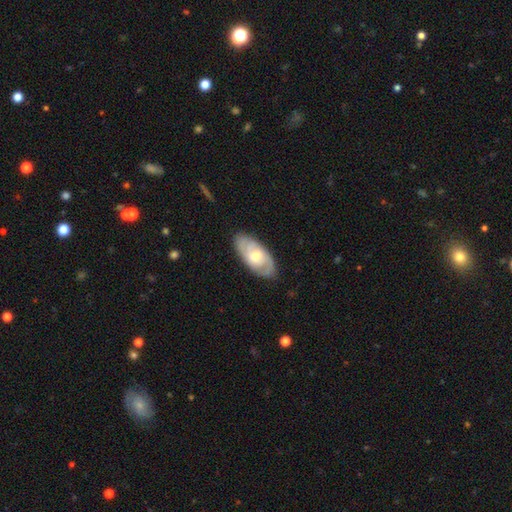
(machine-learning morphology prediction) A featured or disk galaxy (67%) with no bar (58%), 2 (55%) tight (50%) spiral arms (84%) and a moderate central bulge (69%). Merging: none (81%).